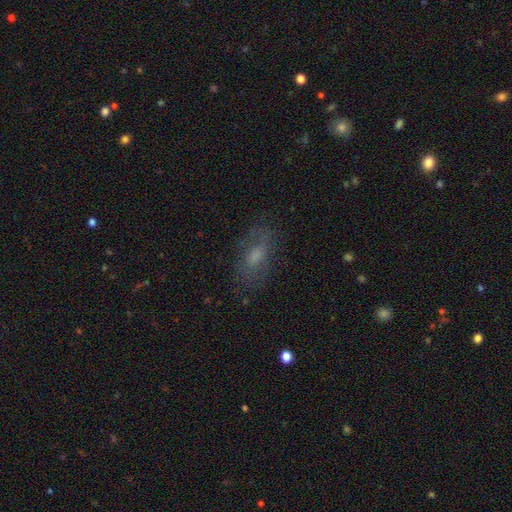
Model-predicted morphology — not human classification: Smooth or featured: smooth — 49% (featured or disk — 38%)
Merging: none — 72% (minor disturbance — 17%)